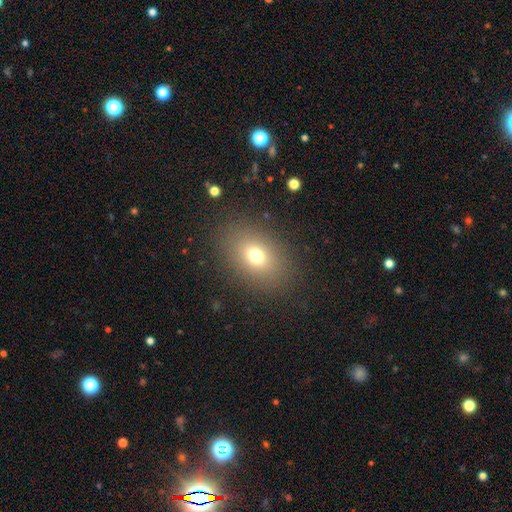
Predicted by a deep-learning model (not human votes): This is likely a smooth galaxy (71%). How rounded: likely in between (69%). Merging: clearly none (85%).